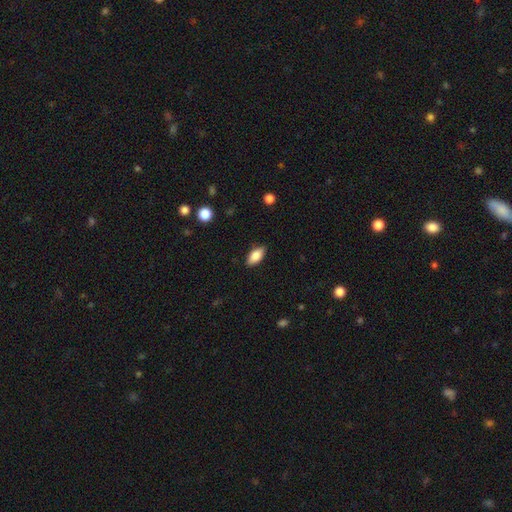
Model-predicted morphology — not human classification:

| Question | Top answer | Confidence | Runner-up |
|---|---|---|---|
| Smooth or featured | smooth | 80% | featured or disk (13%) |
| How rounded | in between | 87% | cigar-shaped (10%) |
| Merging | none | 86% | minor disturbance (11%) |